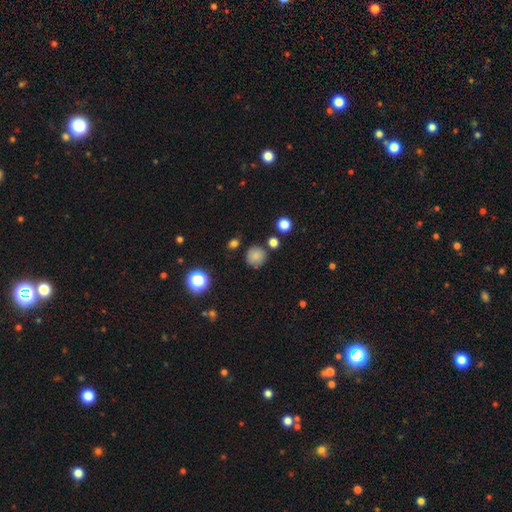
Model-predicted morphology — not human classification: Smooth or featured?
  - smooth: 80% *
  - star or artifact: 14%
  - featured or disk: 6%
How rounded?
  - round: 91% *
  - in between: 8%
  - cigar-shaped: 1%
Merging?
  - none: 78% *
  - minor disturbance: 12%
  - merger: 6%
  - major disturbance: 3%